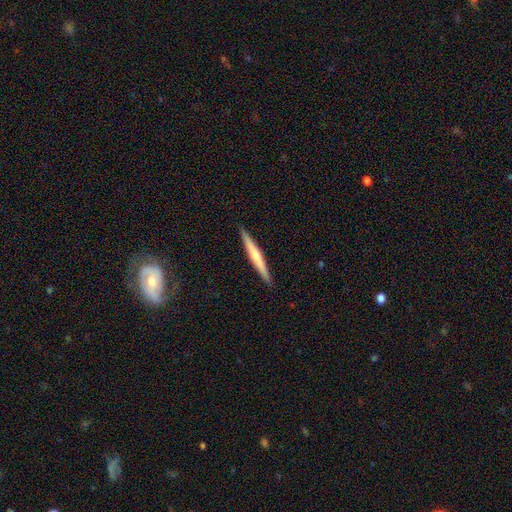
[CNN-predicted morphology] featured or disk 48%, smooth 47%, star or artifact 5%. Down the decision tree: merging — none (91%).